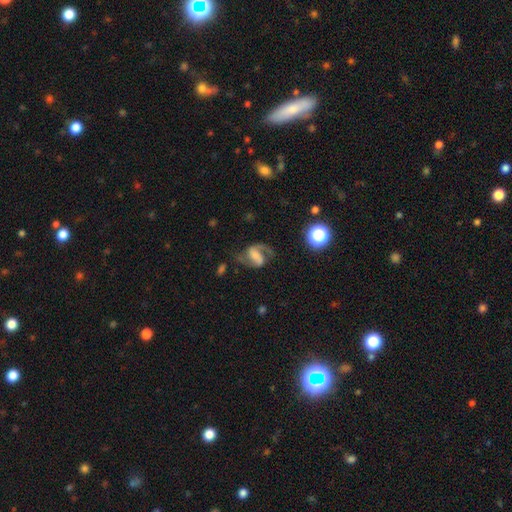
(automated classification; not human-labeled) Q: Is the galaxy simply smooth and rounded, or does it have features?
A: featured or disk — 82%.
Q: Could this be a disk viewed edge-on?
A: no — 98%.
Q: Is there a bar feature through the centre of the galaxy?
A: weak — 42%.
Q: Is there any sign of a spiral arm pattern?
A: yes — 95%.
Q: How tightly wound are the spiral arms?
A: medium — 51%.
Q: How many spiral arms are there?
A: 2 — 87%.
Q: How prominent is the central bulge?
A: small — 38%.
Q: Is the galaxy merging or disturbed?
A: none — 64%.